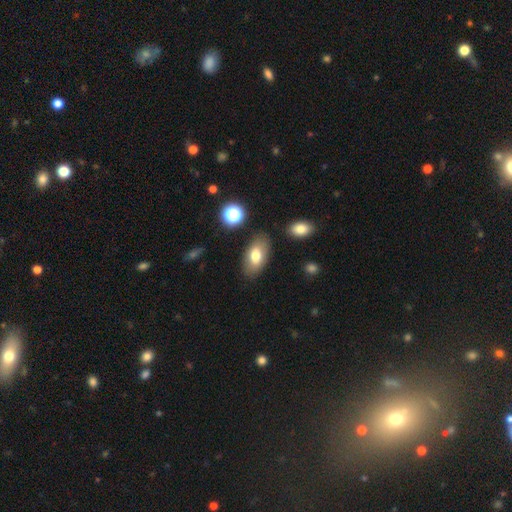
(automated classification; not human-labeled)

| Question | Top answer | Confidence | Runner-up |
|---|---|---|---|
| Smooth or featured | smooth | 73% | featured or disk (18%) |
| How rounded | in between | 92% | round (5%) |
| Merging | none | 82% | minor disturbance (11%) |